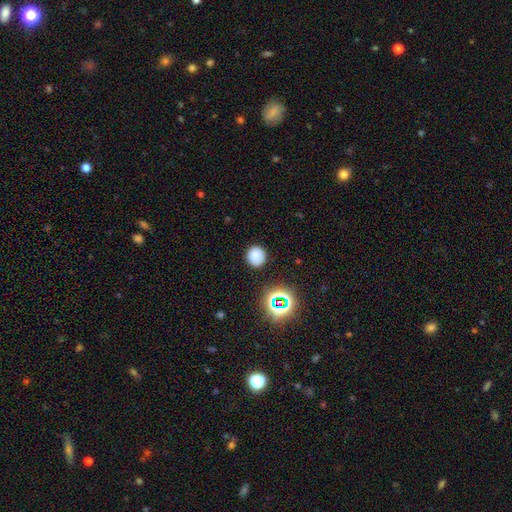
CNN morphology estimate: This is likely a smooth galaxy (76%). How rounded: clearly round (89%). Merging: clearly none (85%).